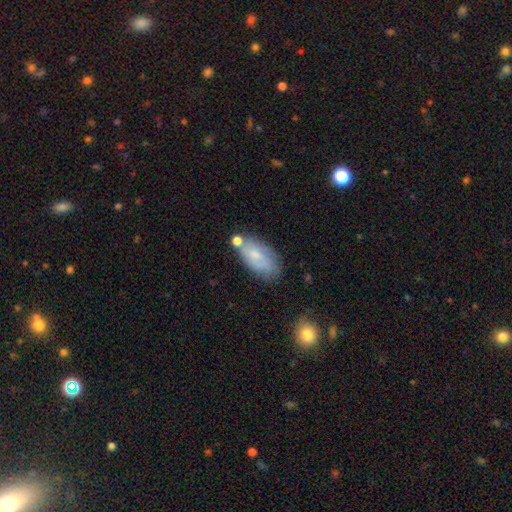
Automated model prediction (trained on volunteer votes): Q: Smooth or featured?
A: smooth (63%); runner-up: featured or disk (30%)
Q: How rounded?
A: in between (90%); runner-up: cigar-shaped (6%)
Q: Merging?
A: none (56%); runner-up: minor disturbance (25%)